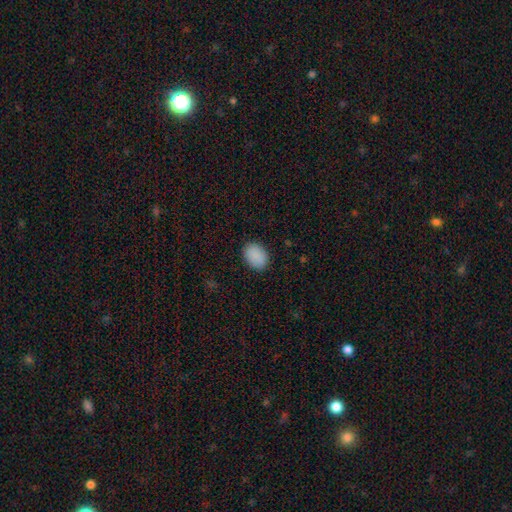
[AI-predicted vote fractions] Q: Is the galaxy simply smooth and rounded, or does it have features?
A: smooth — 90%.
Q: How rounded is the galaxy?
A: in between — 74%.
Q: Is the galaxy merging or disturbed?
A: none — 87%.